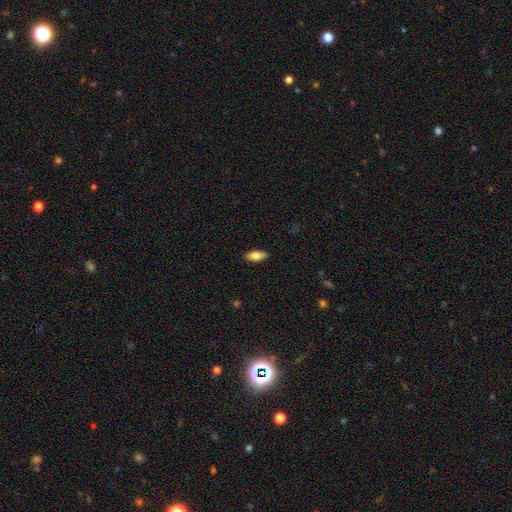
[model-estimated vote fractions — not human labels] Smooth or featured? Predicted: smooth (p=0.84). How rounded? Predicted: in between (p=0.87). Merging? Predicted: none (p=0.88).